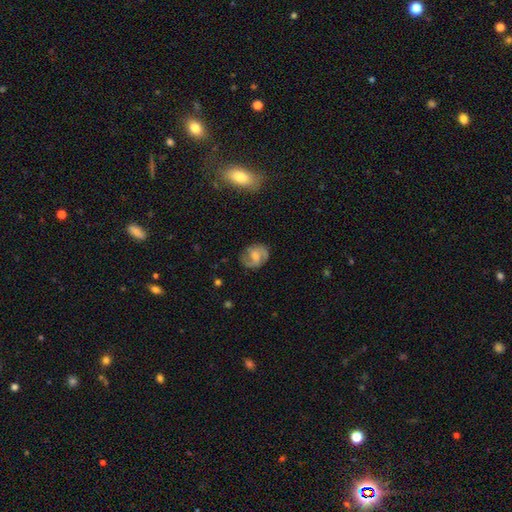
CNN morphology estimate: Smooth or featured: featured or disk — 69% (smooth — 24%)
Edge-on disk: no — 98% (yes — 2%)
Bar: weak — 52% (no — 35%)
Spiral arms: yes — 92% (no — 8%)
Spiral winding: medium — 52% (tight — 26%)
Spiral arm count: 2 — 84% (can't tell — 8%)
Bulge size: moderate — 42% (small — 33%)
Merging: none — 76% (minor disturbance — 16%)